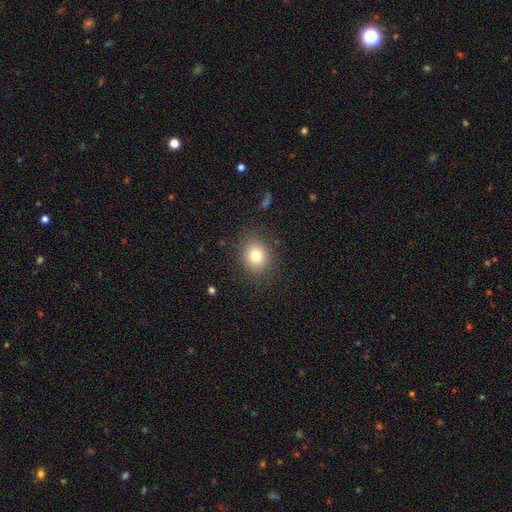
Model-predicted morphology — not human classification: Q: Smooth or featured?
A: smooth (79%); runner-up: star or artifact (12%)
Q: How rounded?
A: round (68%); runner-up: in between (31%)
Q: Merging?
A: none (86%); runner-up: minor disturbance (9%)